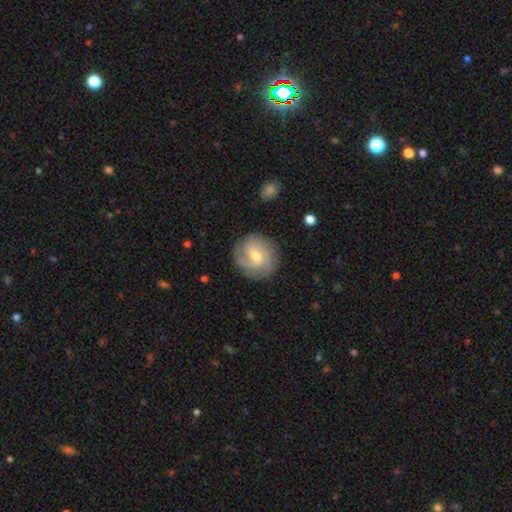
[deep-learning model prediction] Q: Smooth or featured?
A: featured or disk (69%); runner-up: smooth (24%)
Q: Edge-on disk?
A: no (98%); runner-up: yes (2%)
Q: Bar?
A: weak (47%); runner-up: no (46%)
Q: Spiral arms?
A: yes (93%); runner-up: no (7%)
Q: Spiral winding?
A: tight (42%); runner-up: medium (41%)
Q: Spiral arm count?
A: 3 (29%); runner-up: 2 (27%)
Q: Bulge size?
A: moderate (55%); runner-up: small (40%)
Q: Merging?
A: none (82%); runner-up: minor disturbance (12%)